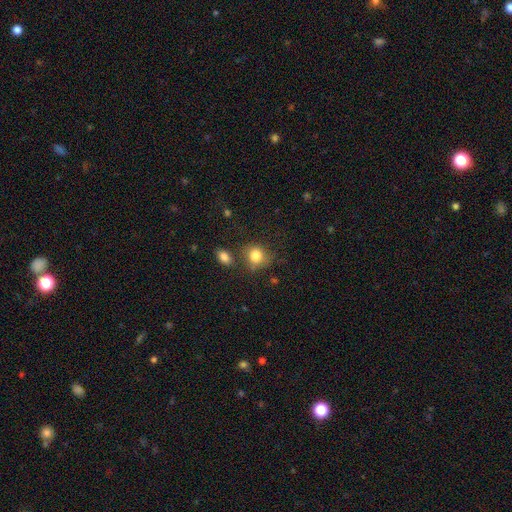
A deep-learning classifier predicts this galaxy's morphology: smooth-or-featured: smooth: 82% | star or artifact: 10% | featured or disk: 8%
  how-rounded: round: 71% | in between: 28% | cigar-shaped: 1%
  merging: none: 61% | minor disturbance: 21% | merger: 10% | major disturbance: 8%